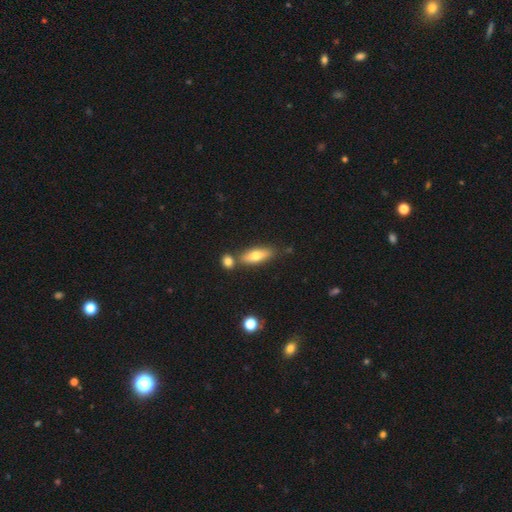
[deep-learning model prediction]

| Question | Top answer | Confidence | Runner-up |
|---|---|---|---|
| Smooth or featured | smooth | 66% | featured or disk (27%) |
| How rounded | in between | 61% | cigar-shaped (36%) |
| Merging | none | 65% | merger (19%) |